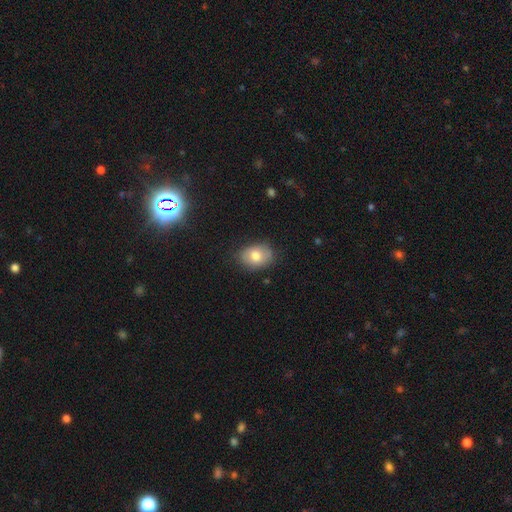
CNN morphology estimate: Smooth or featured?
  - smooth: 76% *
  - featured or disk: 16%
  - star or artifact: 8%
How rounded?
  - in between: 73% *
  - round: 26%
  - cigar-shaped: 1%
Merging?
  - none: 78% *
  - minor disturbance: 17%
  - major disturbance: 3%
  - merger: 1%